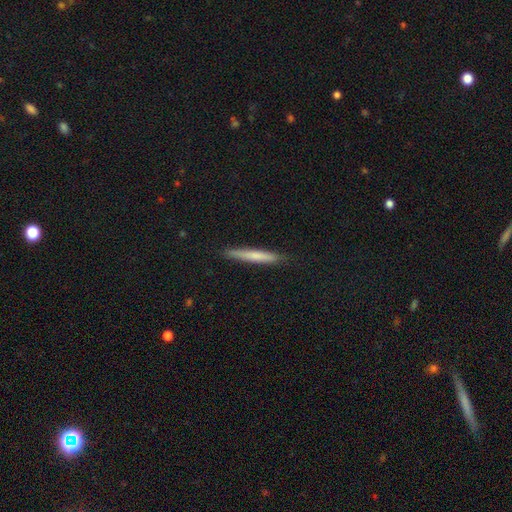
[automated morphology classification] Q: Smooth or featured?
A: smooth (68%); runner-up: featured or disk (26%)
Q: How rounded?
A: cigar-shaped (96%); runner-up: in between (3%)
Q: Merging?
A: none (89%); runner-up: minor disturbance (8%)